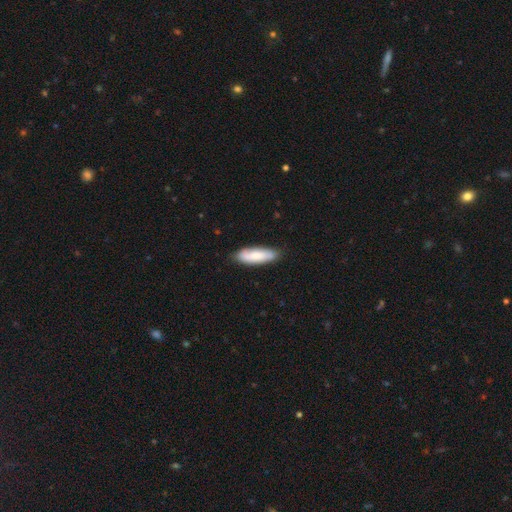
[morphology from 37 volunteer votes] Smooth or featured: smooth — 78% (featured or disk — 19%)
How rounded: in between — 59% (cigar-shaped — 38%)
Merging: none — 72% (minor disturbance — 22%)